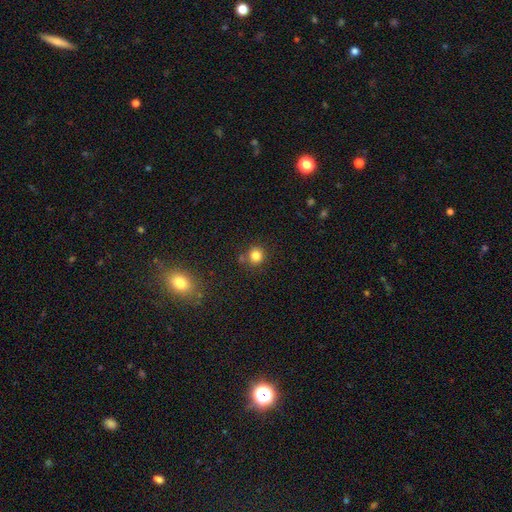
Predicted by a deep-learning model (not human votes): Q: Smooth or featured?
A: smooth (82%); runner-up: star or artifact (13%)
Q: How rounded?
A: round (92%); runner-up: in between (7%)
Q: Merging?
A: none (78%); runner-up: merger (10%)